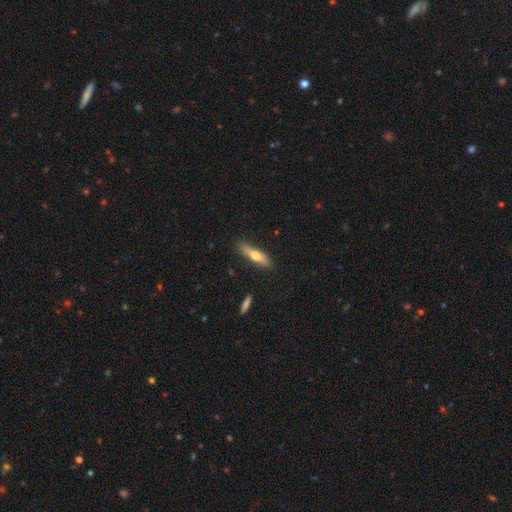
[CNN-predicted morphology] type=smooth (60%); roundness=cigar-shaped (72%); merging=none (83%).